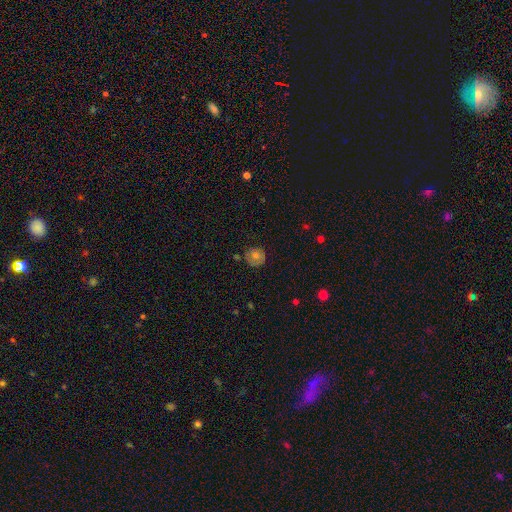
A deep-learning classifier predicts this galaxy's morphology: smooth 63%, featured or disk 27%, star or artifact 10%. Down the decision tree: how rounded — round (89%); merging — none (75%).